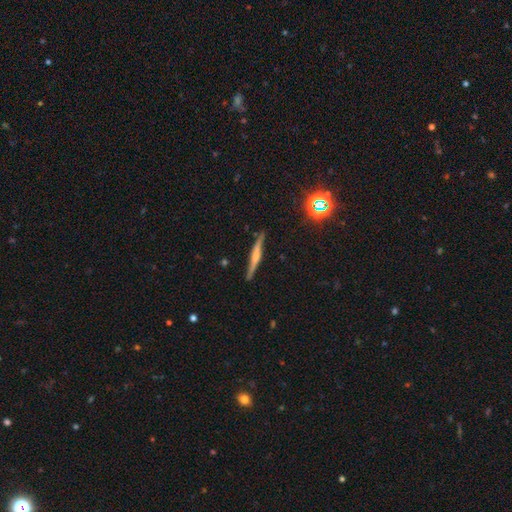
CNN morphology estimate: This is likely a featured or disk galaxy (65%). It is clearly viewed edge-on (96%). Edge-on bulge: possibly rounded (56%). Merging: clearly none (86%).